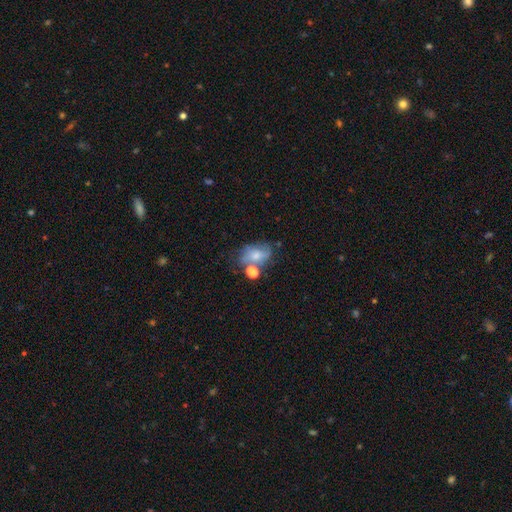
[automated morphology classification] This appears to be a smooth galaxy with no disk features (60%) that is in between round and cigar-shaped (80%). Merging: none (38%).